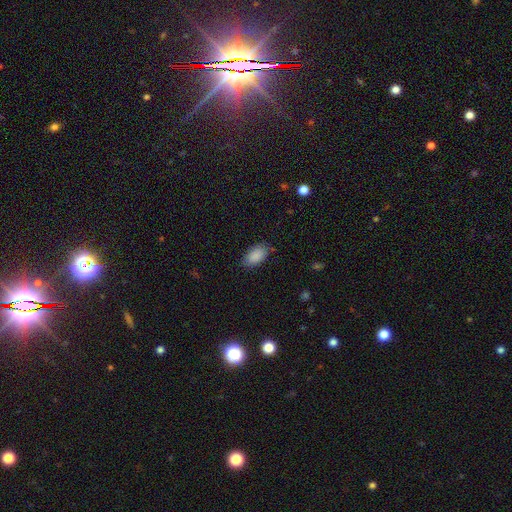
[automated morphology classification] Smooth or featured? smooth (88%)
How rounded? in between (94%)
Merging? none (80%)